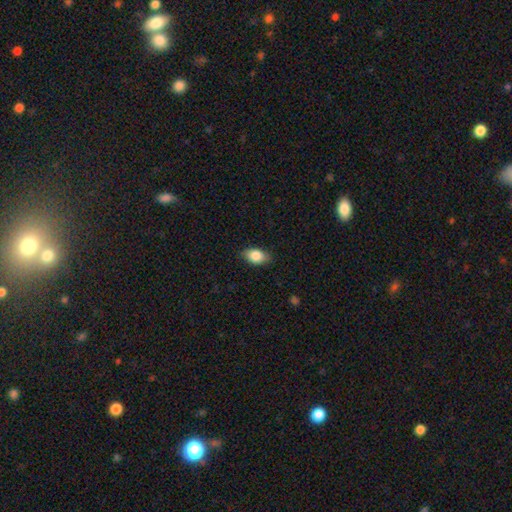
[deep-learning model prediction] A smooth galaxy with no disk features (83%) that is in between round and cigar-shaped (87%).

Vote fractions:
- Smooth or featured? smooth: 83% / featured or disk: 10% / star or artifact: 7%
- How rounded? in between: 87% / round: 11% / cigar-shaped: 3%
- Merging? none: 84% / minor disturbance: 13% / major disturbance: 3% / merger: 1%